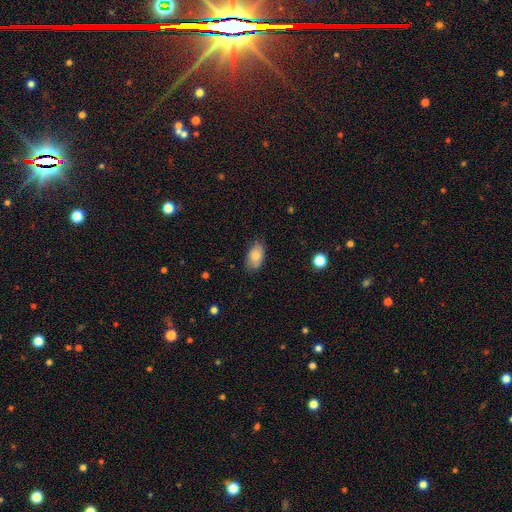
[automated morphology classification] Smooth or featured?
  - smooth: 81% *
  - featured or disk: 12%
  - star or artifact: 7%
How rounded?
  - in between: 93% *
  - round: 5%
  - cigar-shaped: 2%
Merging?
  - none: 79% *
  - minor disturbance: 17%
  - major disturbance: 3%
  - merger: 1%